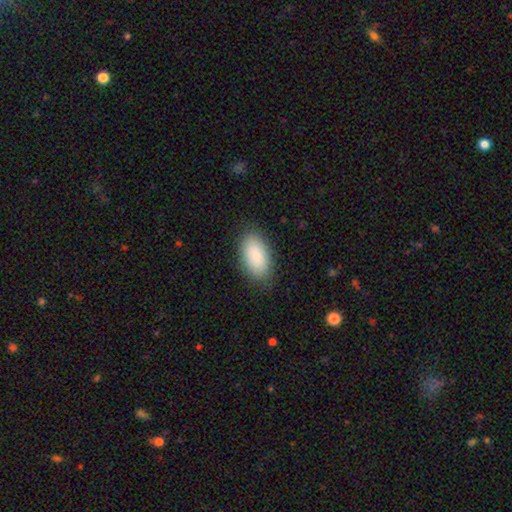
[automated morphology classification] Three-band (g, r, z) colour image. It shows a smooth galaxy with no disk features (88%) that is in between round and cigar-shaped (95%). Merging: none (85%).